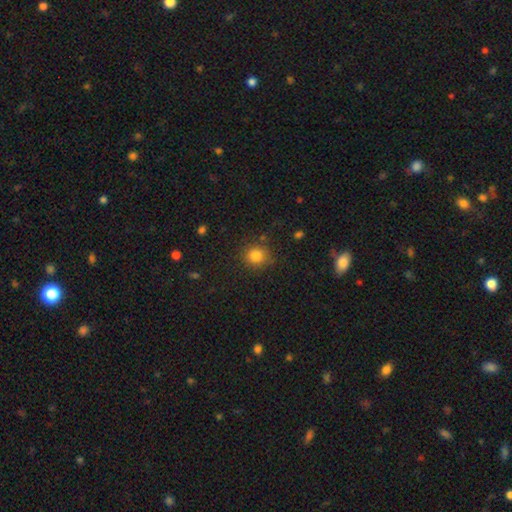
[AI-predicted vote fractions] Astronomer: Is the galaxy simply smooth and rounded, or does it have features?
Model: smooth — 82%.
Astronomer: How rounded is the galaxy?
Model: round — 88%.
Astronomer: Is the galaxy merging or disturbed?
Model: none — 84%.